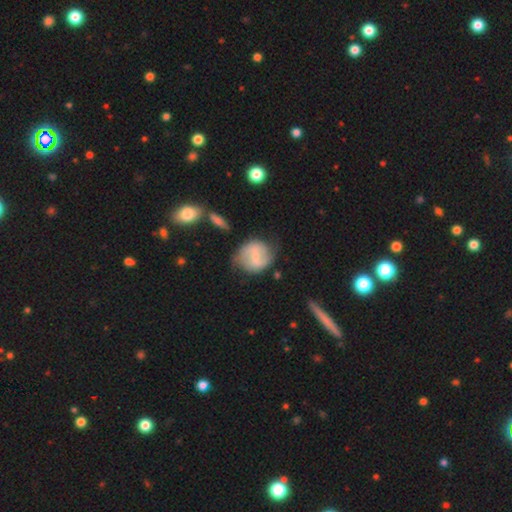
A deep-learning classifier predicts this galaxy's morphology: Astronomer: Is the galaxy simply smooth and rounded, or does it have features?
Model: featured or disk — 58% (runner-up: smooth, 35%).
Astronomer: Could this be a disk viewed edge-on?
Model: no — 97%.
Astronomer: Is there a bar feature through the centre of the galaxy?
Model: weak — 52% (runner-up: no, 28%).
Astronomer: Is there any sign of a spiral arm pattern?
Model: yes — 85%.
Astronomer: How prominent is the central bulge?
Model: small — 52%.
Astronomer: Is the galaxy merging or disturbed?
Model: none — 66%.